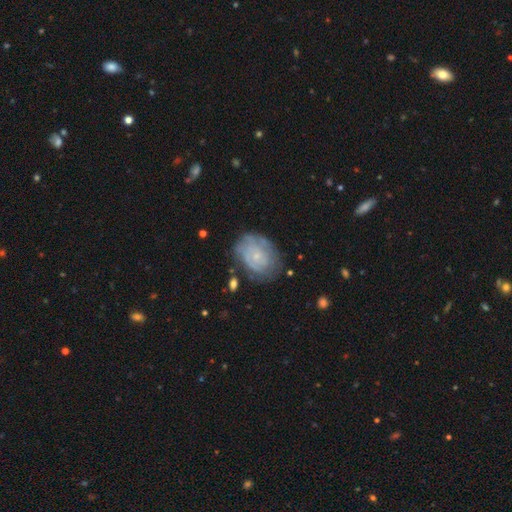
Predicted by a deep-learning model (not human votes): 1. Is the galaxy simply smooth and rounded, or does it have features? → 63% featured or disk, 30% smooth, 8% star or artifact.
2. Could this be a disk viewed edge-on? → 97% no, 3% yes.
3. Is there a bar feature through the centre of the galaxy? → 83% no, 14% weak, 2% strong.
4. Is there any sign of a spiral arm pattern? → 73% yes, 27% no.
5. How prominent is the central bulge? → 80% small, 13% moderate, 5% none, 1% large, 1% dominant.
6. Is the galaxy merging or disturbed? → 66% none, 22% minor disturbance, 9% major disturbance, 3% merger.